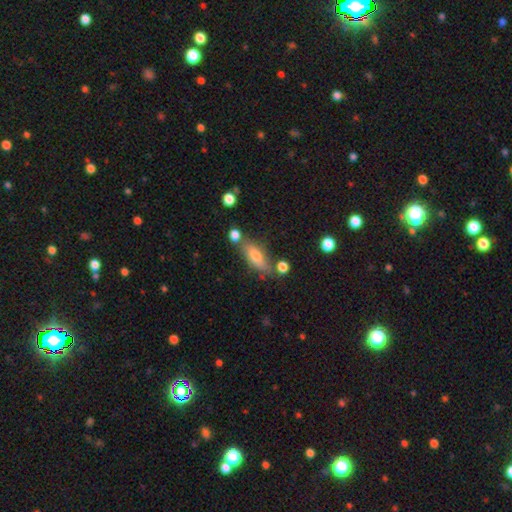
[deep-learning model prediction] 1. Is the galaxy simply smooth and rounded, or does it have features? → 65% smooth, 27% featured or disk, 9% star or artifact.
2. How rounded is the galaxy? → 63% in between, 33% cigar-shaped, 4% round.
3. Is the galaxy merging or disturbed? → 69% none, 16% minor disturbance, 10% merger, 5% major disturbance.